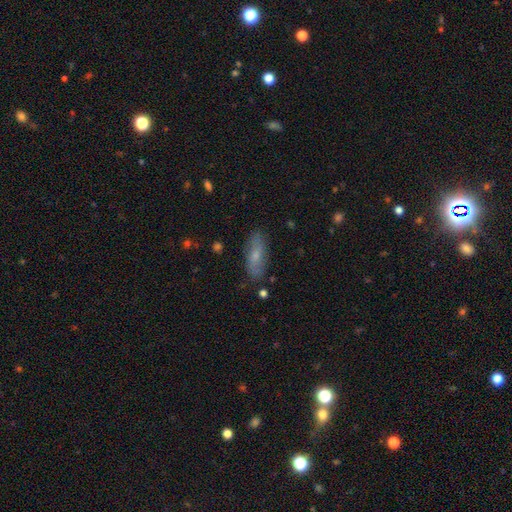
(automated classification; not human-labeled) smooth 58%, featured or disk 33%, star or artifact 8%. Down the decision tree: how rounded — in between (66%); merging — none (82%).